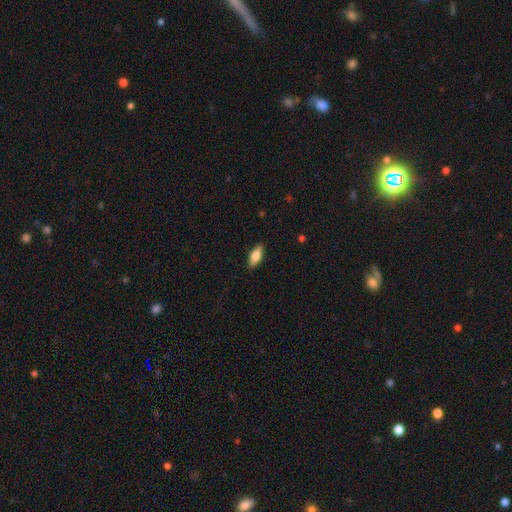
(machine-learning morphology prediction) Smooth or featured? Predicted: smooth (p=0.78). How rounded? Predicted: in between (p=0.79). Merging? Predicted: none (p=0.88).